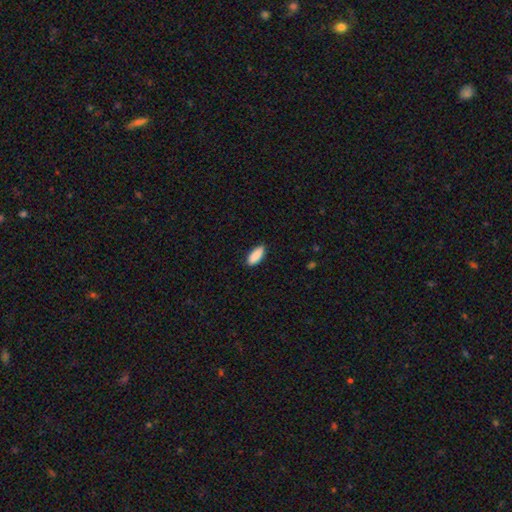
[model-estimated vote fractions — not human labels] smooth 90%, star or artifact 6%, featured or disk 4%. Down the decision tree: how rounded — in between (80%); merging — none (86%).